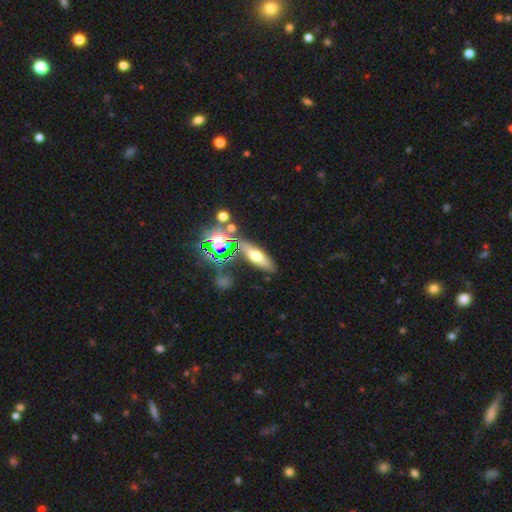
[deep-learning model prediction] Smooth or featured?
  - smooth: 47% *
  - featured or disk: 29%
  - star or artifact: 24%
Merging?
  - none: 80% *
  - minor disturbance: 10%
  - merger: 5%
  - major disturbance: 4%